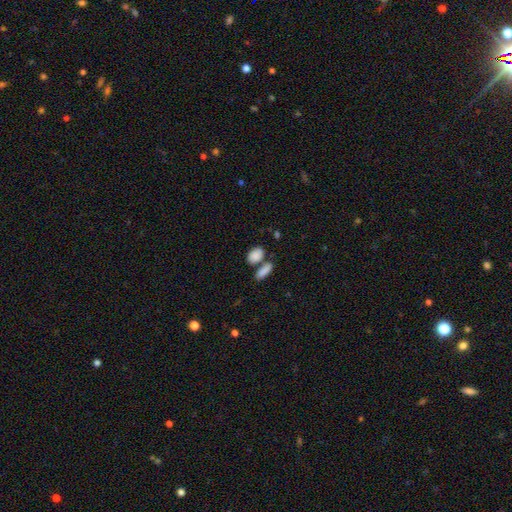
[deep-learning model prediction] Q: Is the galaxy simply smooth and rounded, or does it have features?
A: smooth — 87%.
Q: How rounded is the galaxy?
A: in between — 87%.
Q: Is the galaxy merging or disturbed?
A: none — 55%.